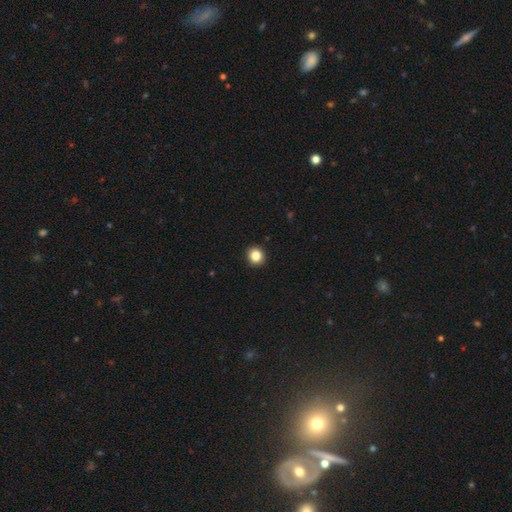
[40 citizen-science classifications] This appears to be a smooth galaxy with no disk features (85%) that is round (97%). Merging: none (100%).